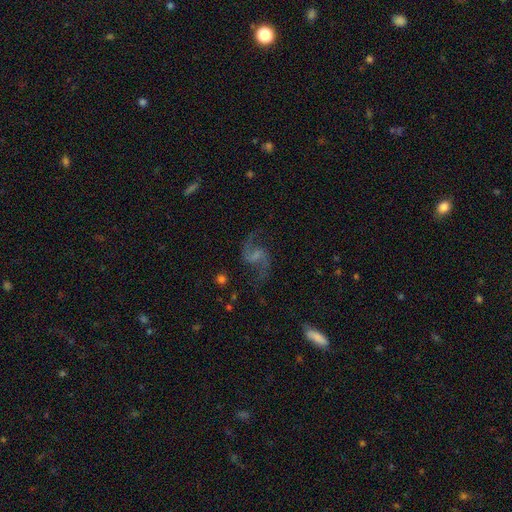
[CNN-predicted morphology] featured or disk 86%, star or artifact 7%, smooth 6%. Down the decision tree: edge-on disk — no (98%); bar — weak (52%); spiral arms — yes (97%); spiral arm count — 2 (94%); spiral winding — loose (65%); bulge size — none (46%); merging — none (76%).